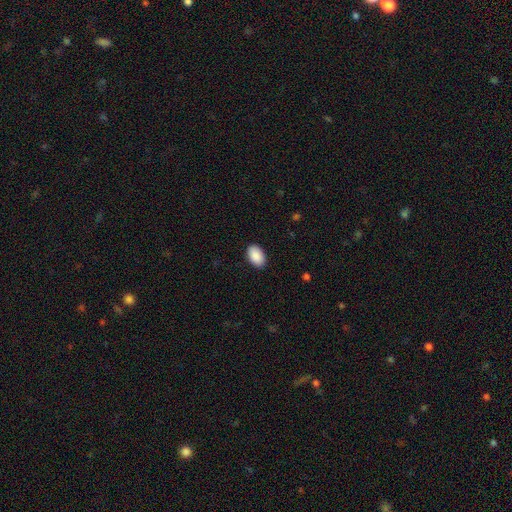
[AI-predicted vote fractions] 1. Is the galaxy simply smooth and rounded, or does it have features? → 91% smooth, 6% star or artifact, 3% featured or disk.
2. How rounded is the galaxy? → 93% in between, 6% round, 1% cigar-shaped.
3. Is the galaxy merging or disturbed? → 89% none, 8% minor disturbance, 2% major disturbance, 1% merger.